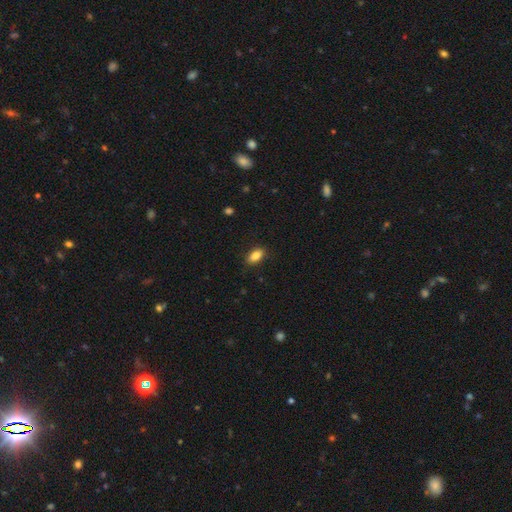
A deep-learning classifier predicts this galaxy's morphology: Q: Smooth or featured?
A: smooth (85%); runner-up: star or artifact (8%)
Q: How rounded?
A: in between (90%); runner-up: round (6%)
Q: Merging?
A: none (87%); runner-up: minor disturbance (9%)